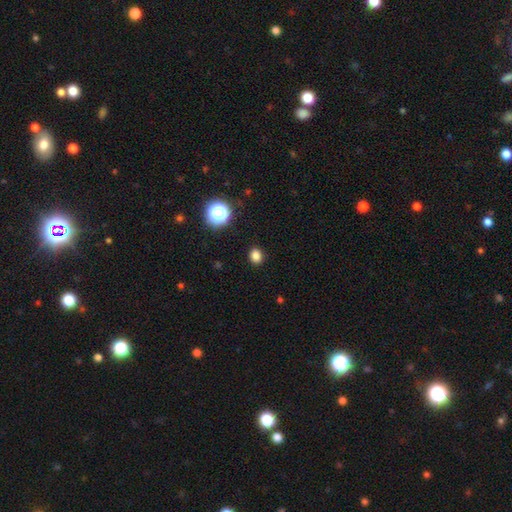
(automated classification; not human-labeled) Morphology: type=smooth (82%); roundness=round (61%); merging=none (90%).